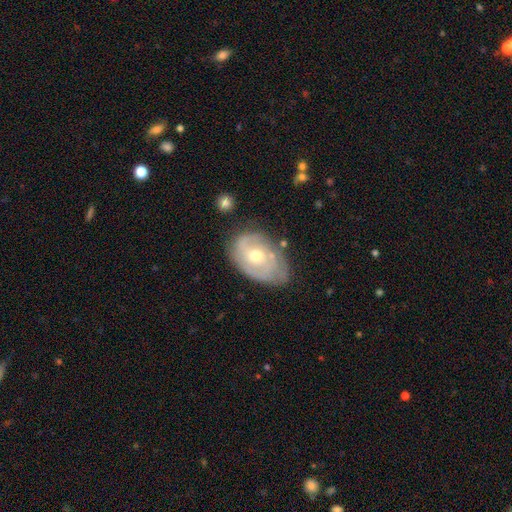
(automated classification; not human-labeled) A featured or disk galaxy (71%) with no bar (70%), tight (57%) spiral arms (80%) and a moderate central bulge (61%). Merging: none (60%).